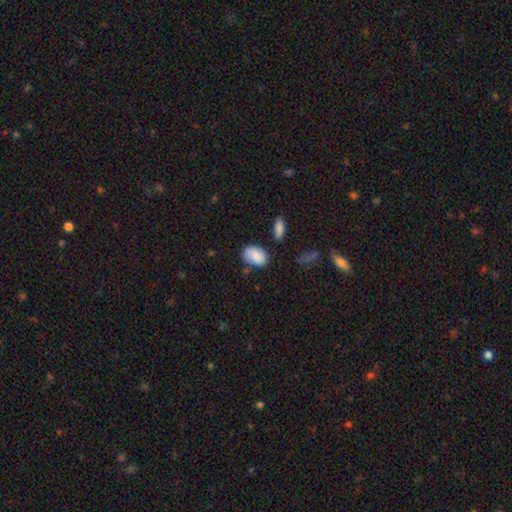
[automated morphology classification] Overall: smooth (80%). How rounded: in between (85%). Merging: none (69%).